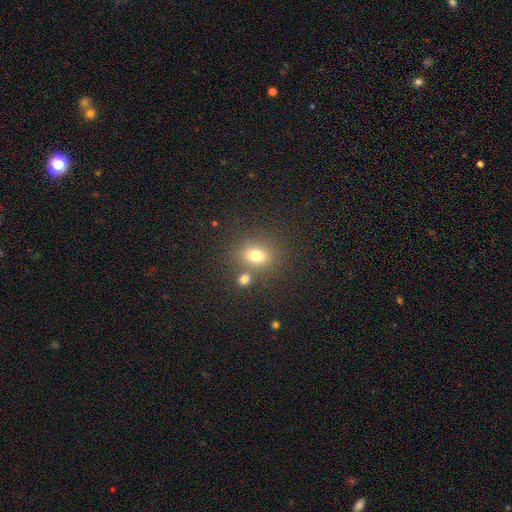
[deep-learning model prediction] Q: Smooth or featured?
A: smooth (74%); runner-up: star or artifact (16%)
Q: How rounded?
A: round (58%); runner-up: in between (40%)
Q: Merging?
A: none (67%); runner-up: merger (18%)